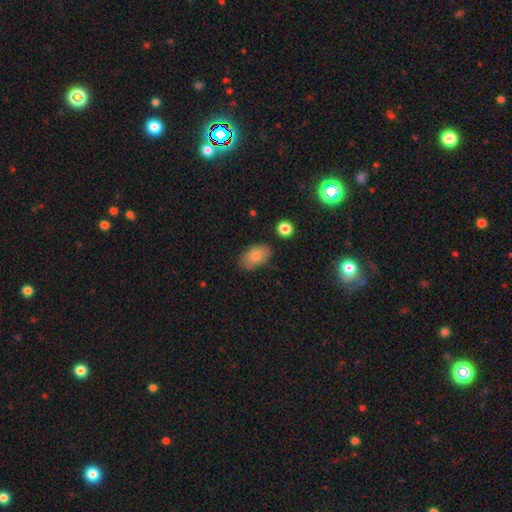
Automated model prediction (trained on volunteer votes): smooth 78%, featured or disk 13%, star or artifact 8%. Down the decision tree: how rounded — in between (89%); merging — none (80%).